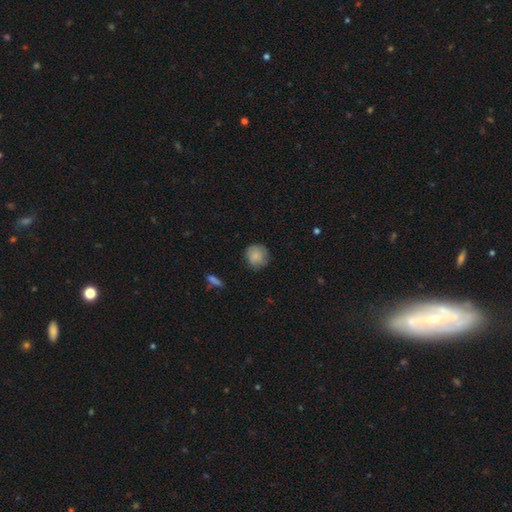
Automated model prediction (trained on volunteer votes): Smooth or featured: smooth — 82% (featured or disk — 11%)
How rounded: round — 90% (in between — 9%)
Merging: none — 79% (minor disturbance — 16%)